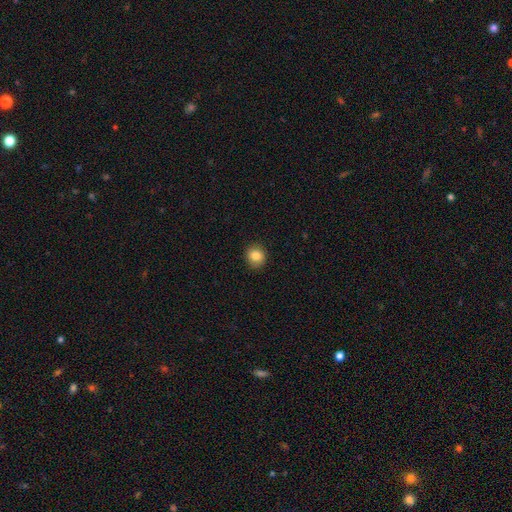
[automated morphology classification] Overall: smooth (84%). How rounded: round (85%). Merging: none (89%).